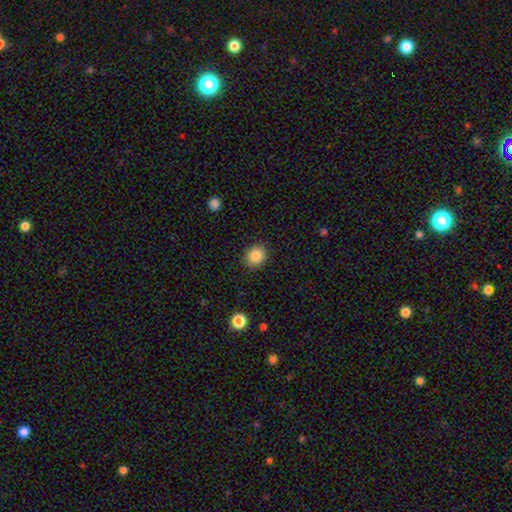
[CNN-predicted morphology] A smooth galaxy with no disk features (85%) that is round (63%).

Vote fractions:
- Smooth or featured? smooth: 85% / star or artifact: 9% / featured or disk: 5%
- How rounded? round: 63% / in between: 36% / cigar-shaped: 1%
- Merging? none: 88% / minor disturbance: 9% / major disturbance: 2% / merger: 1%